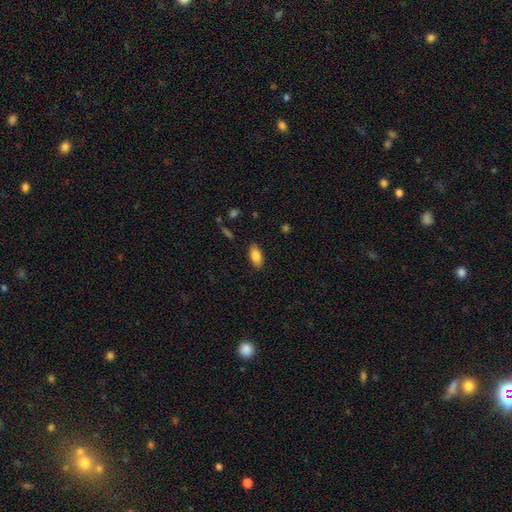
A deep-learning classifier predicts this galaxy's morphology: A smooth galaxy with no disk features (84%) that is in between round and cigar-shaped (90%).

Vote fractions:
- Smooth or featured? smooth: 84% / featured or disk: 9% / star or artifact: 7%
- How rounded? in between: 90% / cigar-shaped: 7% / round: 3%
- Merging? none: 87% / minor disturbance: 10% / major disturbance: 2% / merger: 1%